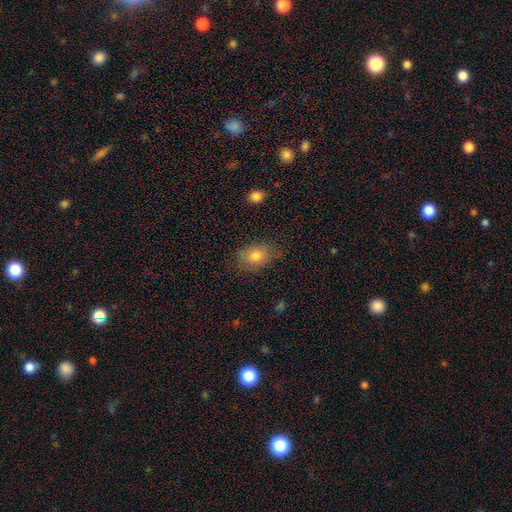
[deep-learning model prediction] smooth_or_featured: smooth (p=0.79) [alt: featured or disk p=0.12]
how_rounded: in between (p=0.78) [alt: round p=0.20]
merging: none (p=0.75) [alt: minor disturbance p=0.19]